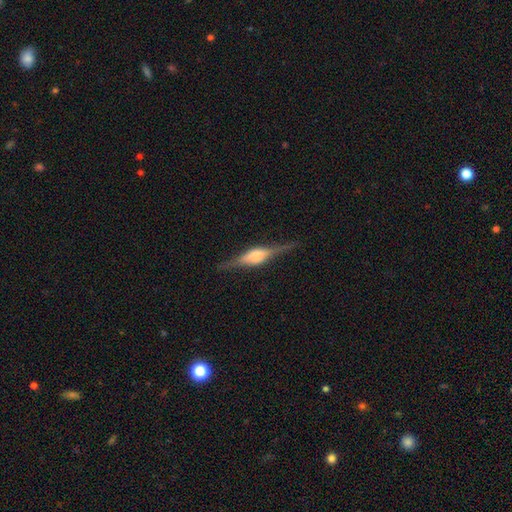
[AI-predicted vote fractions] A featured or disk galaxy (78%) viewed edge-on (97%) with a rounded central bulge (70%). Merging: none (84%).